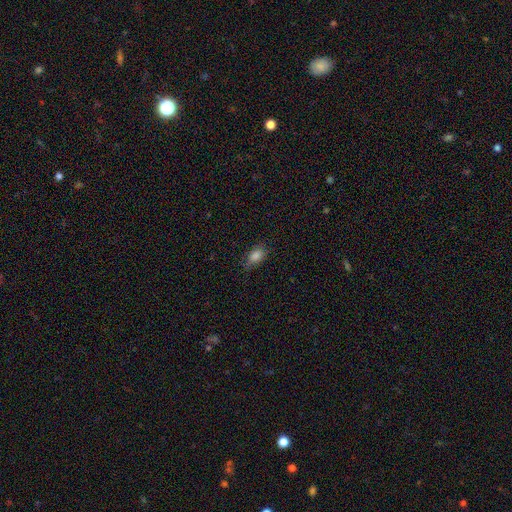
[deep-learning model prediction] Smooth or featured? Predicted: smooth (p=0.83). How rounded? Predicted: in between (p=0.85). Merging? Predicted: none (p=0.69).